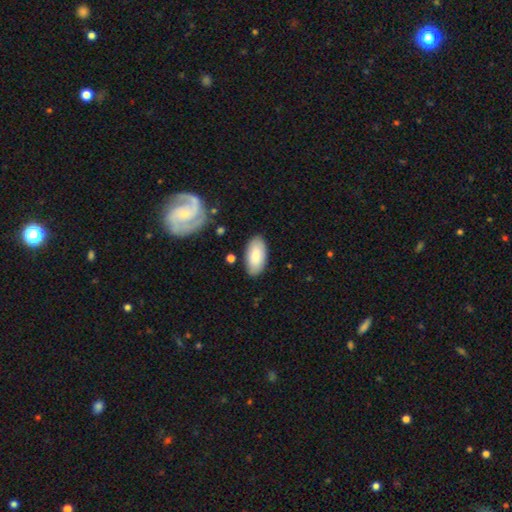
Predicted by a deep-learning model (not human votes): smooth-or-featured: smooth: 82% | featured or disk: 12% | star or artifact: 6%
  how-rounded: in between: 94% | cigar-shaped: 4% | round: 2%
  merging: none: 84% | minor disturbance: 11% | major disturbance: 3% | merger: 2%